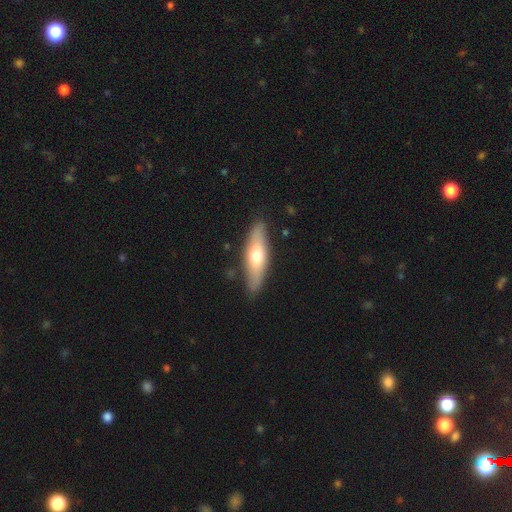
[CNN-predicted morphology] smooth-or-featured: smooth: 58% | featured or disk: 37% | star or artifact: 5%
  how-rounded: cigar-shaped: 58% | in between: 40% | round: 2%
  merging: none: 85% | minor disturbance: 11% | major disturbance: 2% | merger: 2%